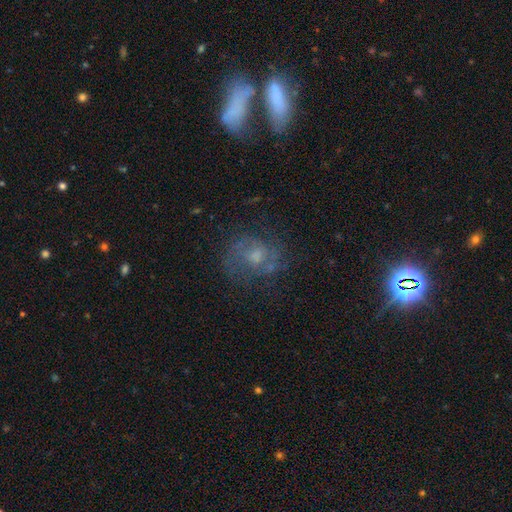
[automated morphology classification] Smooth or featured? featured or disk (61%)
Edge-on disk? no (97%)
Bar? no (64%)
Spiral arms? yes (83%)
Bulge size? moderate (51%)
Merging? none (67%)